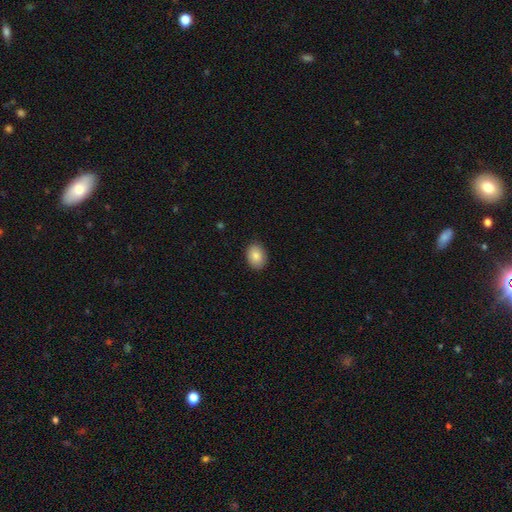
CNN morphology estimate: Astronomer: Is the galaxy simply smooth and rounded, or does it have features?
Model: smooth — 86%.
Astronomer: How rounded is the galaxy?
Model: in between — 71%.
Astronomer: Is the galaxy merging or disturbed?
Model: none — 88%.